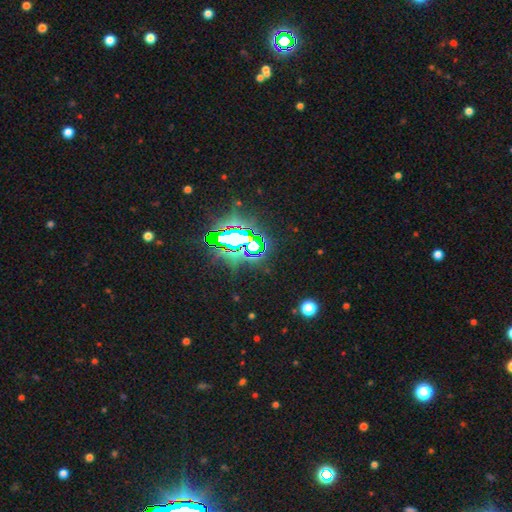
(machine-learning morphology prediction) Smooth or featured?
  - star or artifact: 78% *
  - smooth: 11%
  - featured or disk: 10%